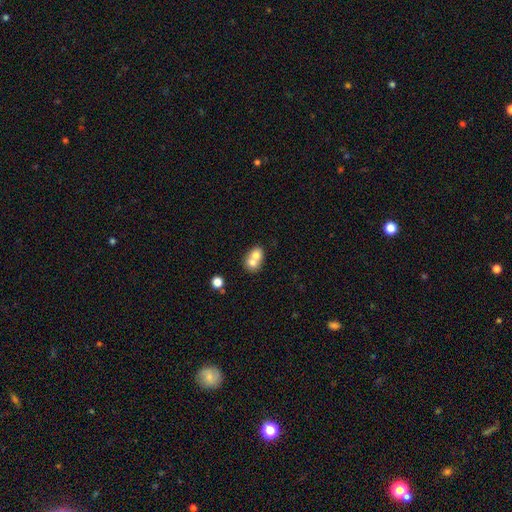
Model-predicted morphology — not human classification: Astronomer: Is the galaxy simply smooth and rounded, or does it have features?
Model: smooth — 70%.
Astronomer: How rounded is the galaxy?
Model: round — 58% (runner-up: in between, 41%).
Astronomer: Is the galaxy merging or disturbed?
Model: merger — 70%.